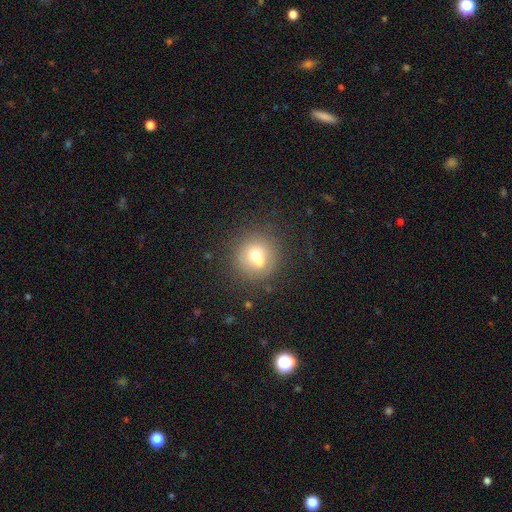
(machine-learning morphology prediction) Q: Smooth or featured?
A: smooth (66%); runner-up: featured or disk (22%)
Q: How rounded?
A: round (90%); runner-up: in between (9%)
Q: Merging?
A: none (54%); runner-up: merger (30%)